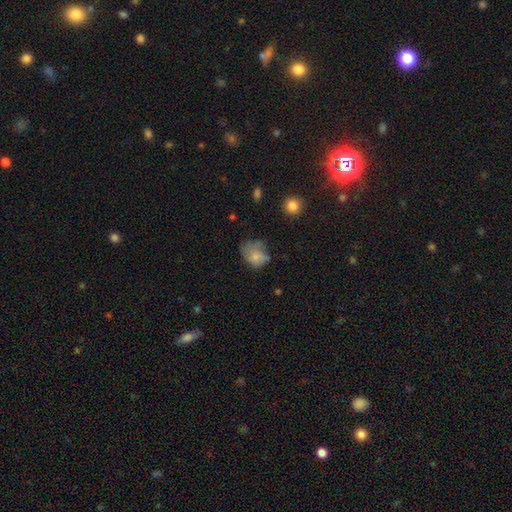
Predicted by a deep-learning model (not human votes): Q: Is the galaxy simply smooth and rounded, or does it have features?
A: smooth — 69%.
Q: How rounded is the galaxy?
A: round — 50%.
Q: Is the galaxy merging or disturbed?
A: none — 38%.